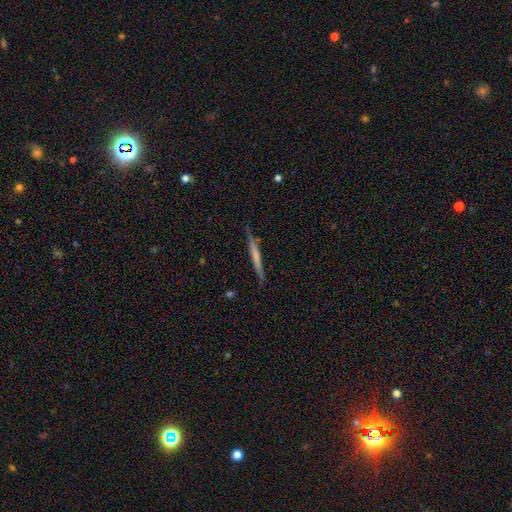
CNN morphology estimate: Smooth or featured: featured or disk — 47% (tied with smooth — 47%)
Merging: none — 83% (minor disturbance — 13%)